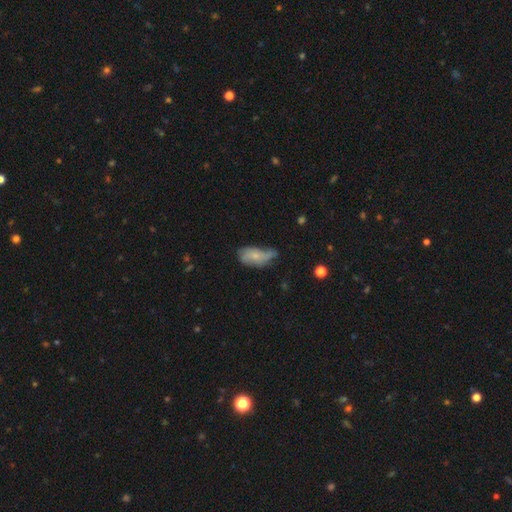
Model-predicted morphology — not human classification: This appears to be a smooth galaxy with no disk features (57%) that is in between round and cigar-shaped (89%). Merging: minor disturbance (42%).